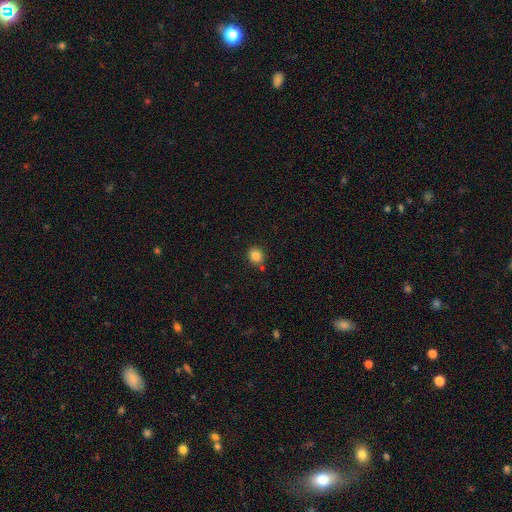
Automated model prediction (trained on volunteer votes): A smooth galaxy with no disk features (83%) that is round (84%).

Vote fractions:
- Smooth or featured? smooth: 83% / star or artifact: 11% / featured or disk: 6%
- How rounded? round: 84% / in between: 15% / cigar-shaped: 1%
- Merging? none: 82% / minor disturbance: 9% / merger: 6% / major disturbance: 2%